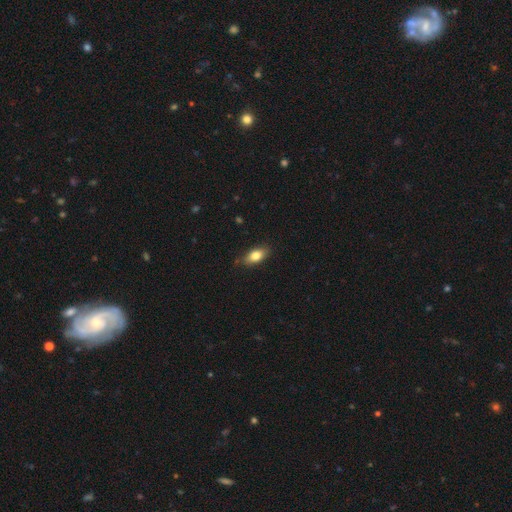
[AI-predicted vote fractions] Smooth or featured? smooth (78%)
How rounded? in between (85%)
Merging? none (83%)